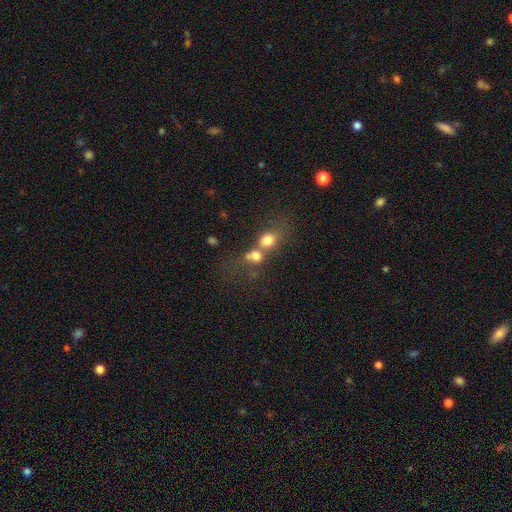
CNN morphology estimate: The model was most divided on "merging": merger: 62%, none: 26%, minor disturbance: 6%, major disturbance: 5%. More confident: smooth or featured — smooth (72%); how rounded — round (68%).